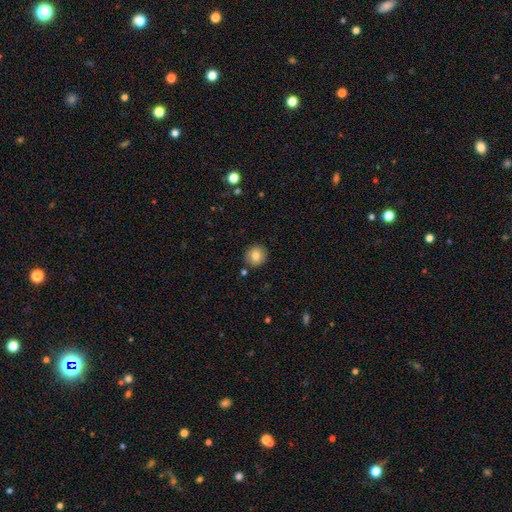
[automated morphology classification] This is clearly a smooth galaxy (81%). How rounded: clearly round (90%). Merging: clearly none (88%).